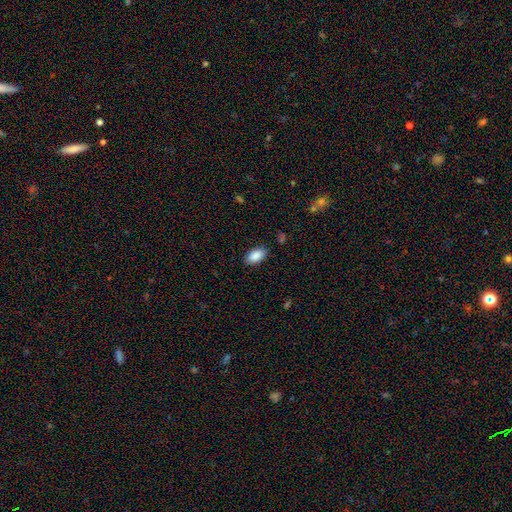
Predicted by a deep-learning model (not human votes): A smooth galaxy with no disk features (89%) that is in between round and cigar-shaped (94%). Merging: none (86%).